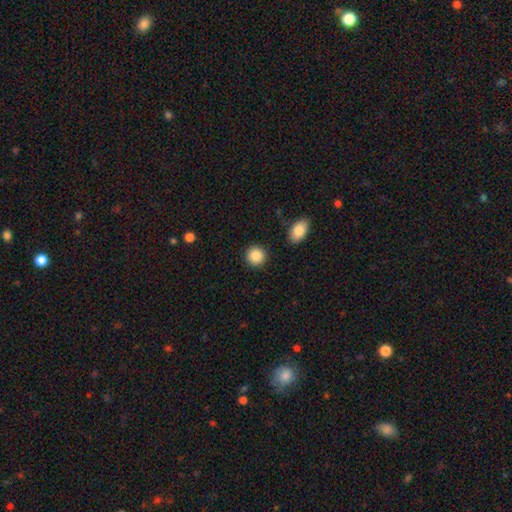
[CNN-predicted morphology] smooth 88%, star or artifact 8%, featured or disk 4%. Down the decision tree: how rounded — round (91%); merging — none (90%).